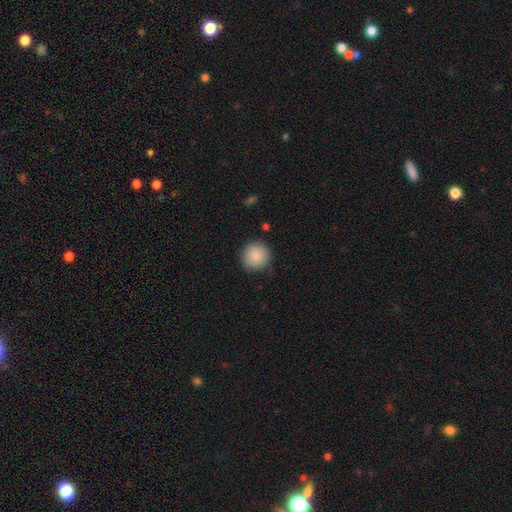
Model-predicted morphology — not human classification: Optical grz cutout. It shows a smooth galaxy with no disk features (87%) that is round (94%). Merging: none (86%).